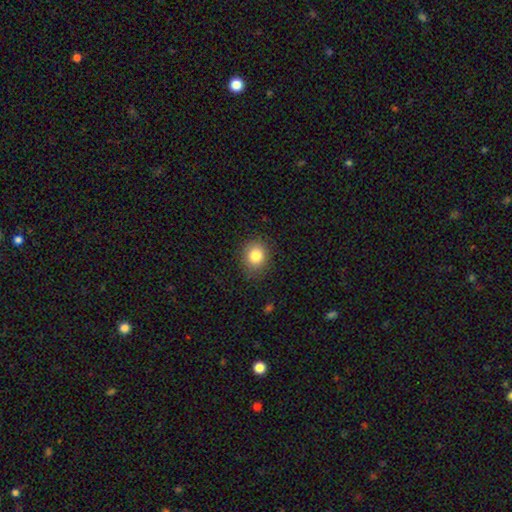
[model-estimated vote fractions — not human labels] Smooth or featured? smooth (84%)
How rounded? round (69%)
Merging? none (84%)